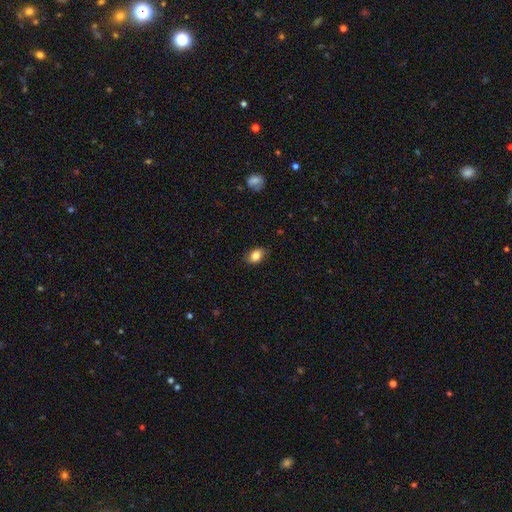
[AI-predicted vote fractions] The model was most divided on "how rounded": in between: 78%, round: 21%, cigar-shaped: 1%. More confident: smooth or featured — smooth (84%); merging — none (83%).